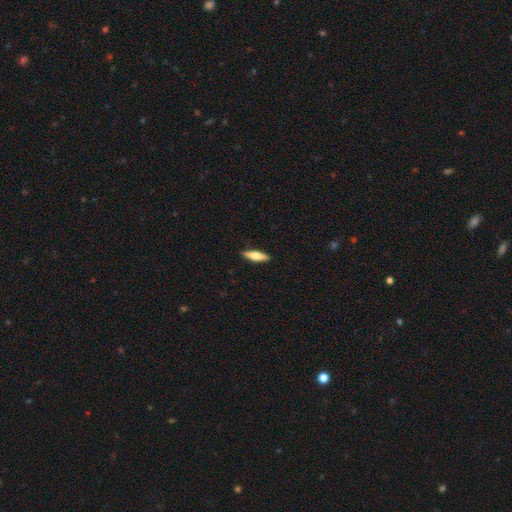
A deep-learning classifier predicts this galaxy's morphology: smooth-or-featured: smooth: 67% | featured or disk: 27% | star or artifact: 6%
  how-rounded: cigar-shaped: 63% | in between: 35% | round: 2%
  merging: none: 89% | minor disturbance: 8% | major disturbance: 2% | merger: 1%